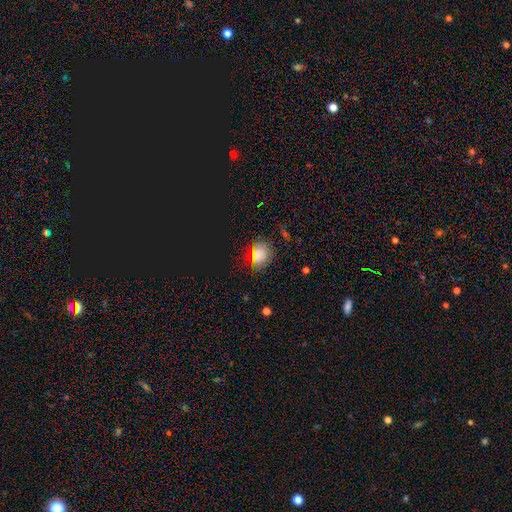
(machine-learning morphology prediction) Smooth or featured: smooth — 56% (star or artifact — 34%)
How rounded: in between — 59% (round — 37%)
Merging: none — 75% (minor disturbance — 17%)